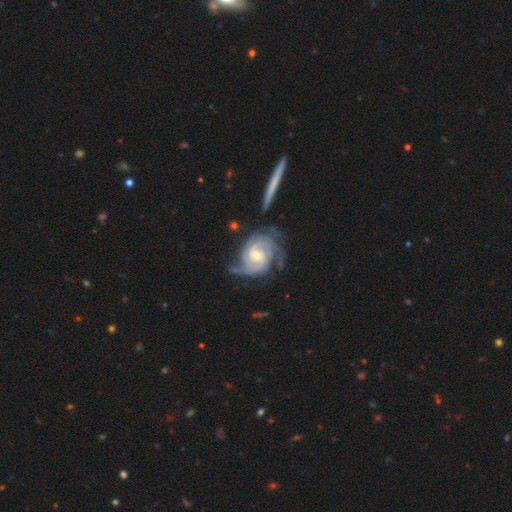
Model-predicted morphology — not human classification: Smooth or featured? featured or disk (90%)
Edge-on disk? no (97%)
Bar? weak (47%)
Spiral arms? yes (98%)
Spiral winding? tight (52%)
Spiral arm count? 2 (48%)
Bulge size? moderate (48%)
Merging? none (61%)